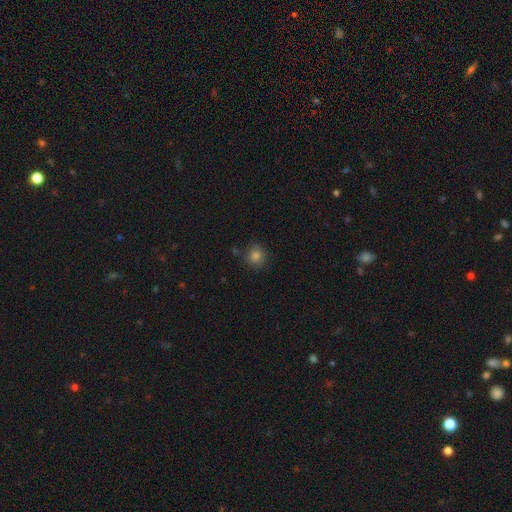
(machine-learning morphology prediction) Smooth or featured: smooth — 80% (star or artifact — 14%)
How rounded: round — 83% (in between — 16%)
Merging: none — 82% (minor disturbance — 12%)